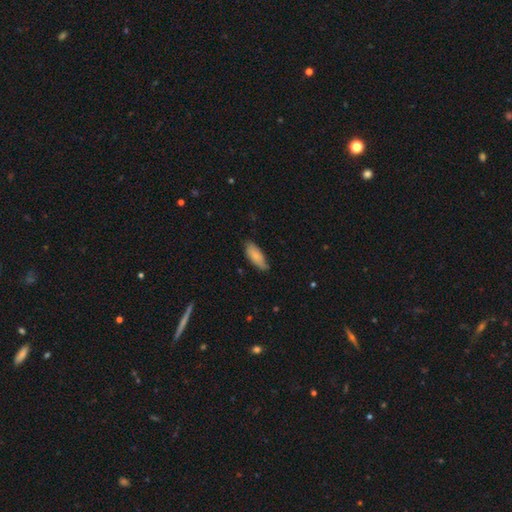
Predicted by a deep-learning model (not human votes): Smooth or featured?
  - smooth: 79% *
  - featured or disk: 15%
  - star or artifact: 6%
How rounded?
  - in between: 75% *
  - cigar-shaped: 23%
  - round: 2%
Merging?
  - none: 68% *
  - minor disturbance: 27%
  - major disturbance: 4%
  - merger: 2%